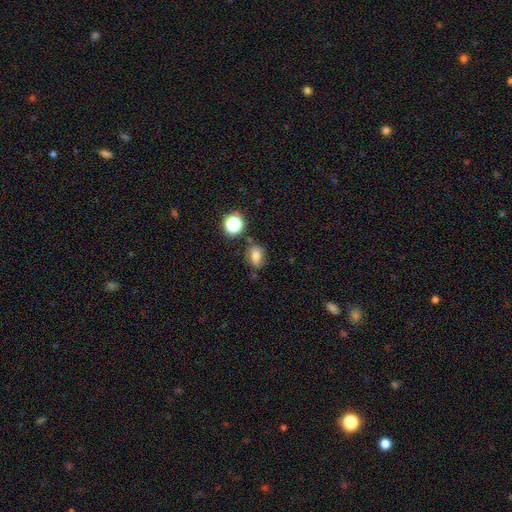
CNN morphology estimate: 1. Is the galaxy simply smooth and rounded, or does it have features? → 72% smooth, 16% star or artifact, 13% featured or disk.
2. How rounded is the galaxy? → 65% in between, 33% round, 2% cigar-shaped.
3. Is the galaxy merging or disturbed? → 65% none, 22% minor disturbance, 6% major disturbance, 6% merger.